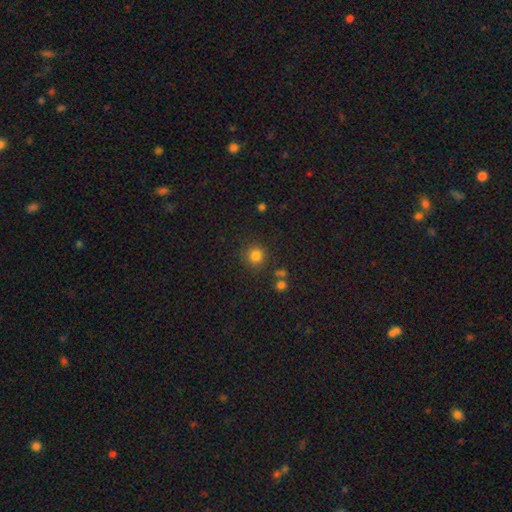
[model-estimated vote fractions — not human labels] This appears to be a smooth galaxy with no disk features (82%) that is round (90%). Merging: none (83%).